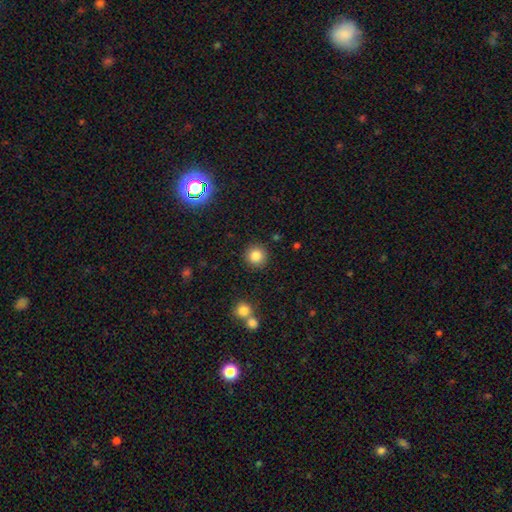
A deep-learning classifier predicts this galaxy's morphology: smooth_or_featured: smooth (p=0.84) [alt: star or artifact p=0.11]
how_rounded: round (p=0.94) [alt: in between p=0.05]
merging: none (p=0.90) [alt: minor disturbance p=0.06]